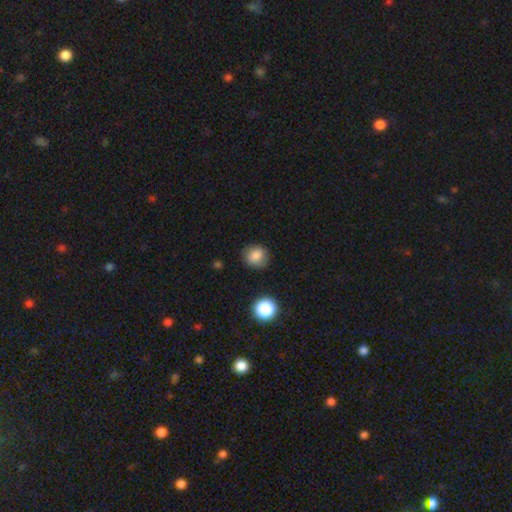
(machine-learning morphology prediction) This is clearly a smooth galaxy (83%). How rounded: clearly round (80%). Merging: clearly none (82%).